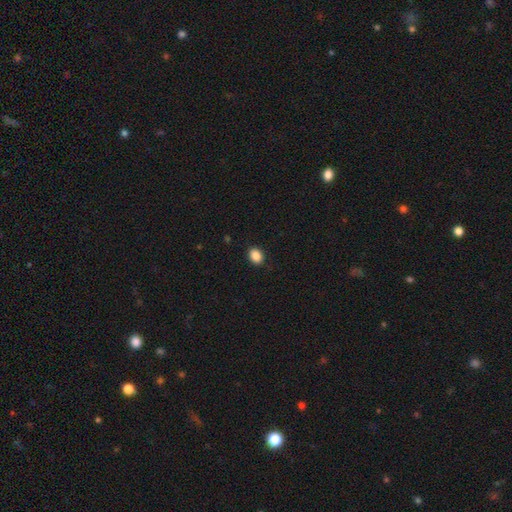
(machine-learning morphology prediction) Smooth or featured? smooth (88%)
How rounded? in between (57%)
Merging? none (90%)